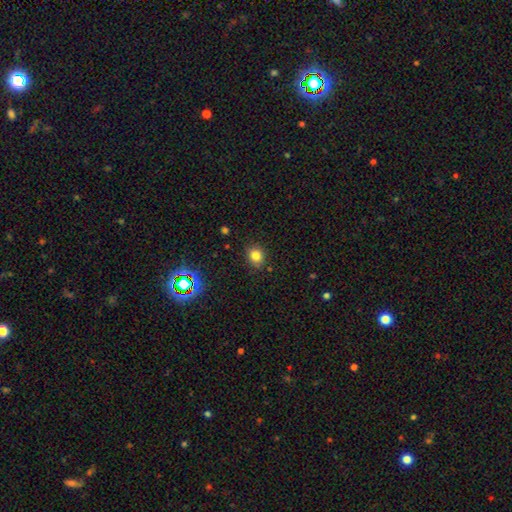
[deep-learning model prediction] This is likely a smooth galaxy (79%). How rounded: likely round (67%). Merging: clearly none (85%).